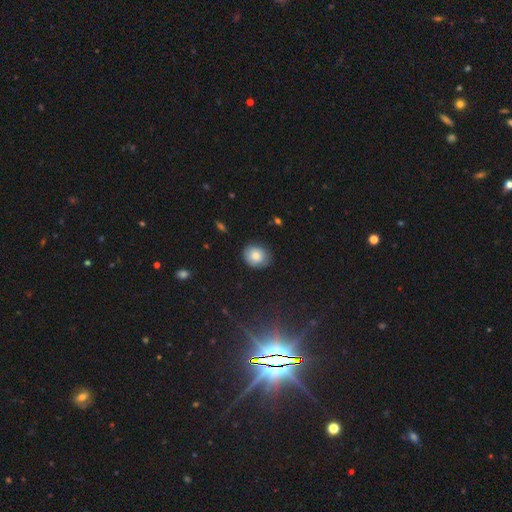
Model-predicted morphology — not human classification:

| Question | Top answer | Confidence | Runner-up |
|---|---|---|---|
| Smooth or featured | smooth | 81% | featured or disk (10%) |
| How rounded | round | 69% | in between (30%) |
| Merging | none | 81% | minor disturbance (15%) |